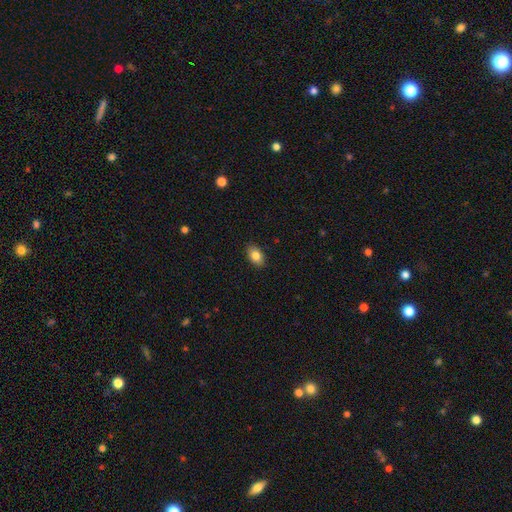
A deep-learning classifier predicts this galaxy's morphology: smooth-or-featured: smooth: 83% | featured or disk: 9% | star or artifact: 8%
  how-rounded: in between: 88% | round: 10% | cigar-shaped: 2%
  merging: none: 89% | minor disturbance: 8% | major disturbance: 2% | merger: 1%